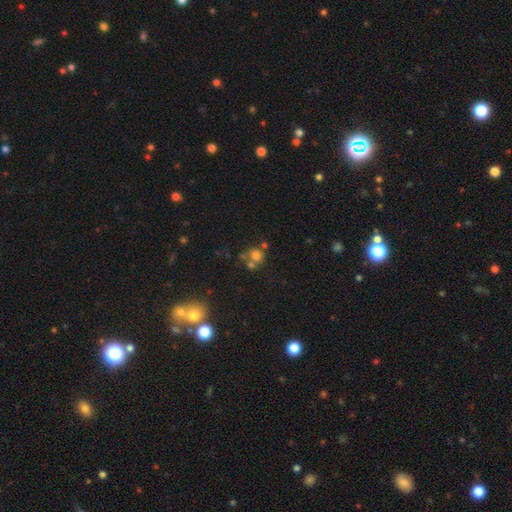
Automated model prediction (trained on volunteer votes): smooth-or-featured: smooth: 67% | star or artifact: 18% | featured or disk: 15%
  how-rounded: round: 83% | in between: 16% | cigar-shaped: 1%
  merging: none: 43% | merger: 41% | minor disturbance: 10% | major disturbance: 7%